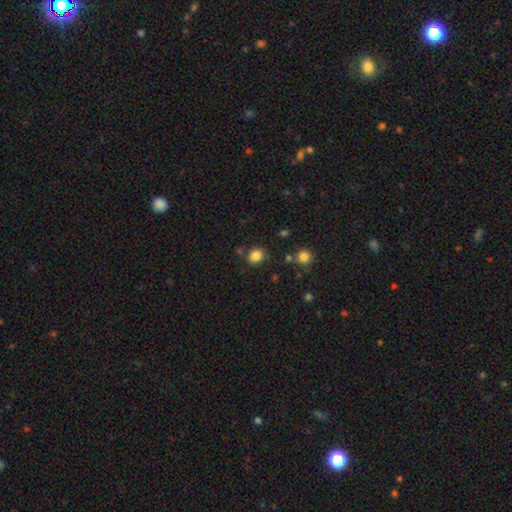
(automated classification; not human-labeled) Smooth or featured: smooth — 84% (star or artifact — 12%)
How rounded: round — 74% (in between — 25%)
Merging: none — 80% (minor disturbance — 11%)